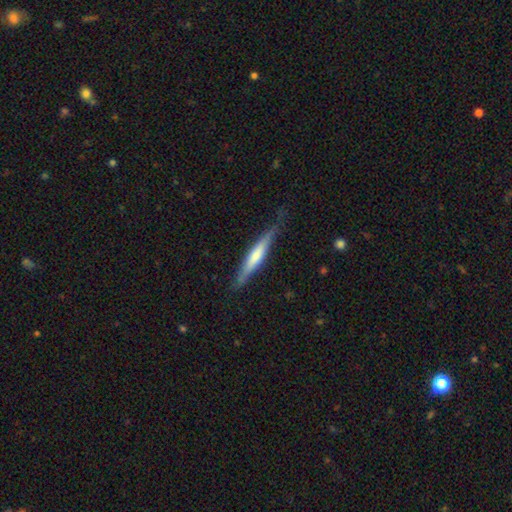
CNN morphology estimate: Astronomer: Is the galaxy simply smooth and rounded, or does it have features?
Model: featured or disk — 56% (runner-up: smooth, 39%).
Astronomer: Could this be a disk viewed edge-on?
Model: yes — 95%.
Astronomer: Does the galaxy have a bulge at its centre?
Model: rounded — 49% (runner-up: none, 30%).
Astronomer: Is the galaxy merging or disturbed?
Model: none — 80%.